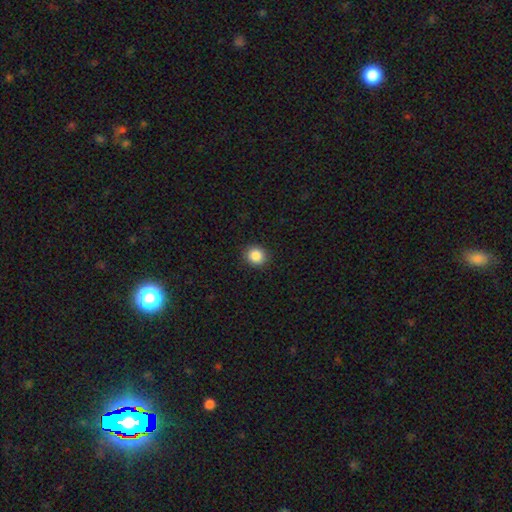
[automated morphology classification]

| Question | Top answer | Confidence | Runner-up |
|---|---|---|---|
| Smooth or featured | smooth | 87% | star or artifact (9%) |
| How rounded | round | 86% | in between (13%) |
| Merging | none | 91% | minor disturbance (6%) |